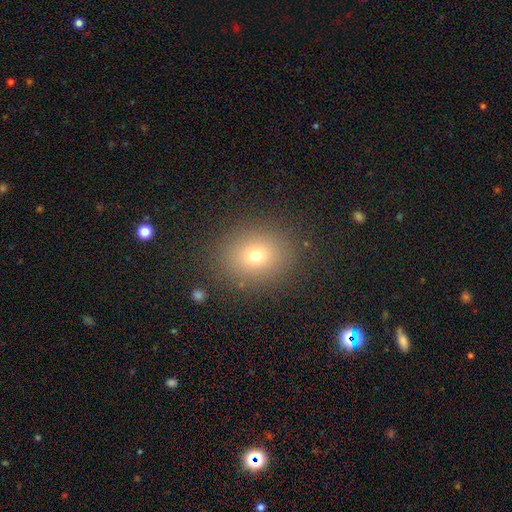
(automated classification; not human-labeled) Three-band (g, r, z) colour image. It shows a smooth galaxy with no disk features (70%) that is round (71%). Merging: none (86%).